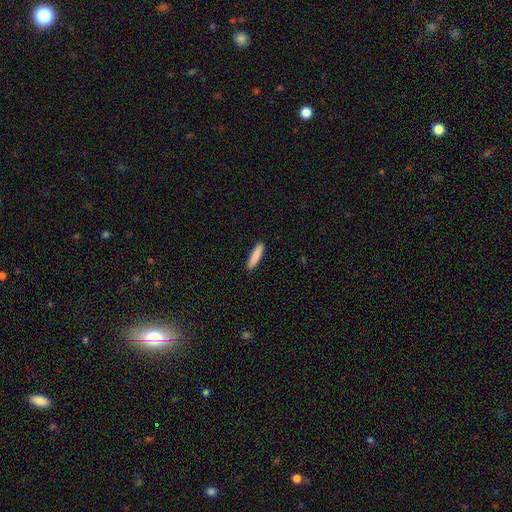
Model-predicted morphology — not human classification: This is clearly a smooth galaxy (86%). How rounded: clearly cigar-shaped (83%). Merging: clearly none (90%).